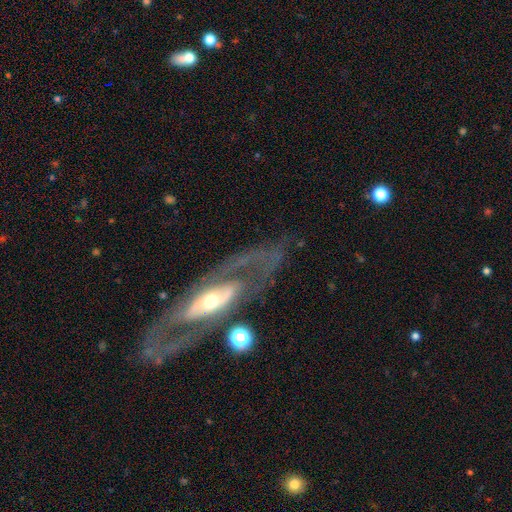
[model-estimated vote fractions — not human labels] Overall: featured or disk (83%). Edge-on disk: no (83%). Bar: no (46%; weak 28%). Spiral arms: yes (67%; no 33%). Bulge size: moderate (51%; small 38%). Merging: none (78%).